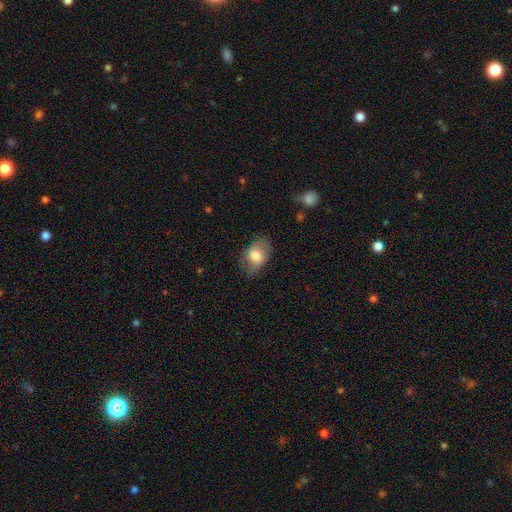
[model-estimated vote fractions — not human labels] The model was most divided on "smooth or featured": smooth: 67%, featured or disk: 25%, star or artifact: 8%. More confident: how rounded — in between (77%); merging — none (67%).